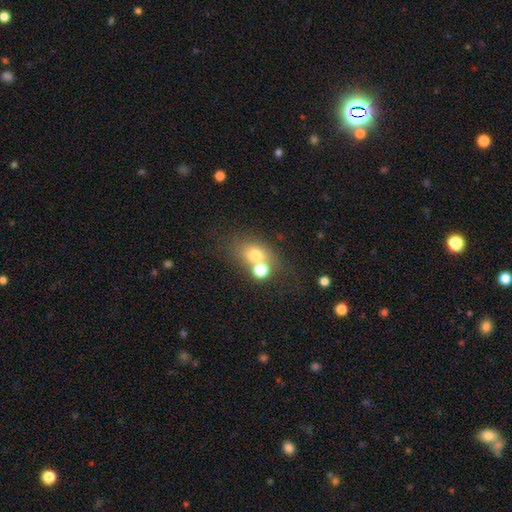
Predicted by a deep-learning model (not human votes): This is likely a smooth galaxy (71%). How rounded: possibly round (54%). Merging: marginally none (44%).